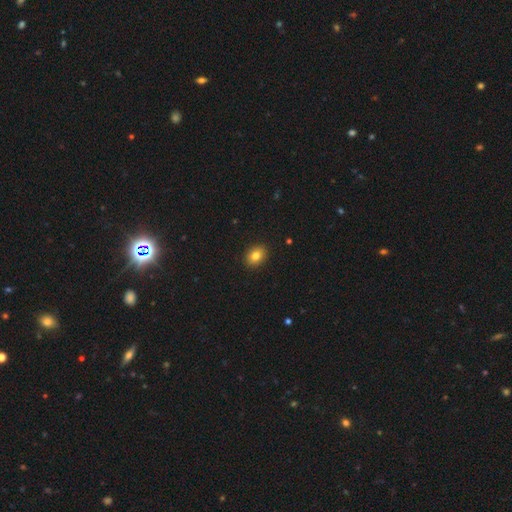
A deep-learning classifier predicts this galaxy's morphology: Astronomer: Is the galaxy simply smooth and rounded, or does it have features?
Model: smooth — 82%.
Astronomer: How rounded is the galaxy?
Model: in between — 61% (runner-up: round, 38%).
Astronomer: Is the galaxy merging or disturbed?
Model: none — 91%.